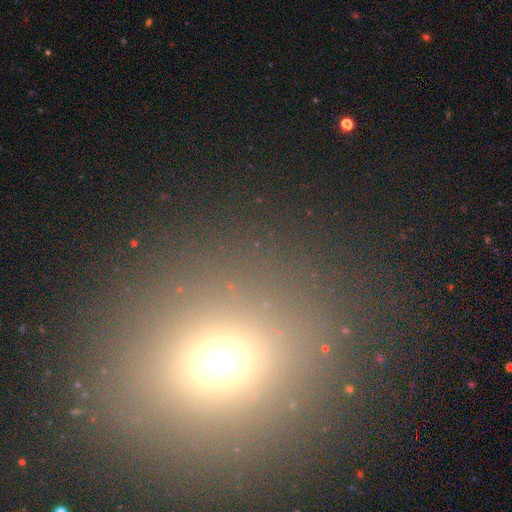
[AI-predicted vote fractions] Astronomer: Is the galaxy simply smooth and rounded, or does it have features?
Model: smooth — 62%.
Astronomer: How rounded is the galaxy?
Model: round — 80%.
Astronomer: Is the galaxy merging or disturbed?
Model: none — 86%.